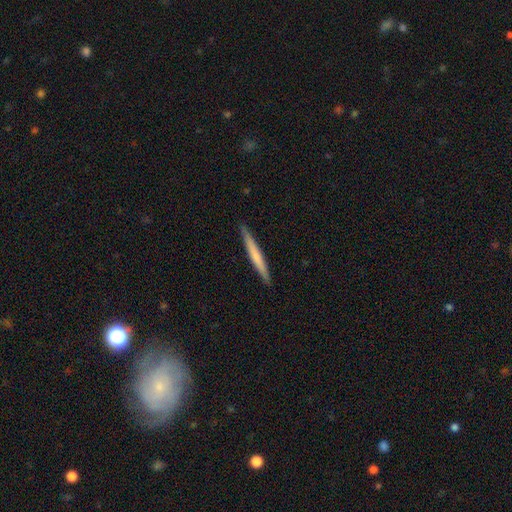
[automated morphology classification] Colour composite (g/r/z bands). It shows a smooth galaxy with no disk features (58%) that is cigar-shaped (97%). Merging: none (92%).